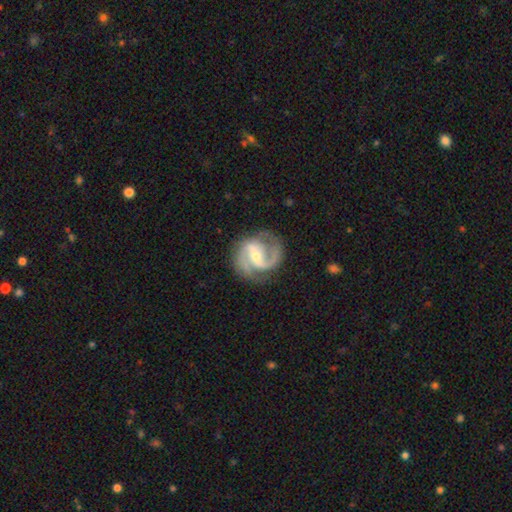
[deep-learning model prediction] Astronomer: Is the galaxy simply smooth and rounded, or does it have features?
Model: featured or disk — 90%.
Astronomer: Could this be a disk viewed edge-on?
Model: no — 98%.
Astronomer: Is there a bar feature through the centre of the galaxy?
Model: weak — 45% (runner-up: strong, 33%).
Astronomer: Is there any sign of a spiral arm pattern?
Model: yes — 98%.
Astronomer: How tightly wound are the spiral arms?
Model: medium — 59%.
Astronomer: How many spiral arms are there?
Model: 2 — 81%.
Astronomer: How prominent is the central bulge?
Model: small — 50% (runner-up: moderate, 46%).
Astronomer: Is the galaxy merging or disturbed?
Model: none — 77%.